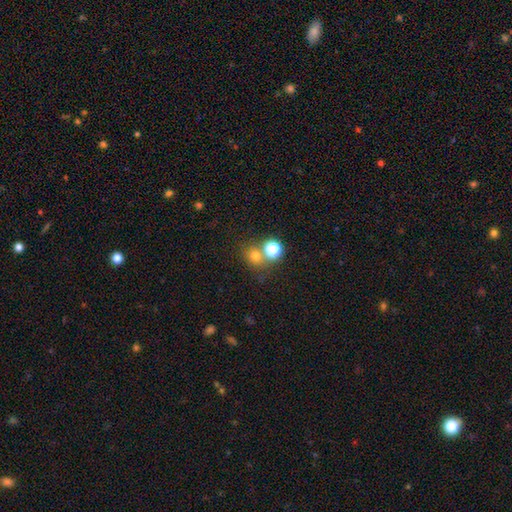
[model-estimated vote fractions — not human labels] Overall: smooth (71%). How rounded: round (80%). Merging: none (56%; merger 32%).